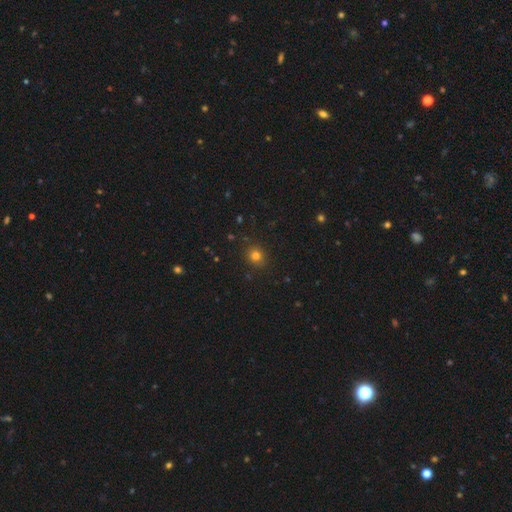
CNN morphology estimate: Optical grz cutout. It shows a smooth galaxy with no disk features (79%) that is round (81%). Merging: none (88%).